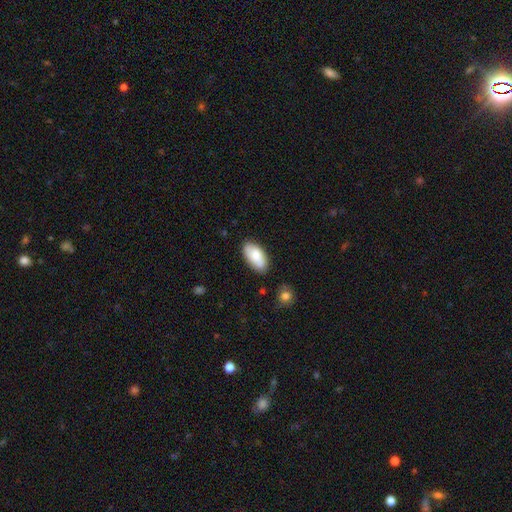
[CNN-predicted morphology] Smooth or featured: smooth — 80% (featured or disk — 14%)
How rounded: in between — 94% (cigar-shaped — 4%)
Merging: none — 81% (minor disturbance — 14%)